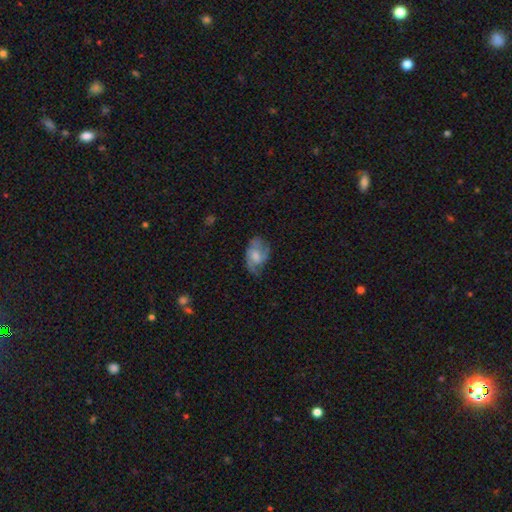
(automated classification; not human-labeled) smooth-or-featured: featured or disk: 51% | smooth: 42% | star or artifact: 7%
  disk-edge-on: no: 96% | yes: 4%
  merging: none: 50% | minor disturbance: 31% | major disturbance: 18% | merger: 2%